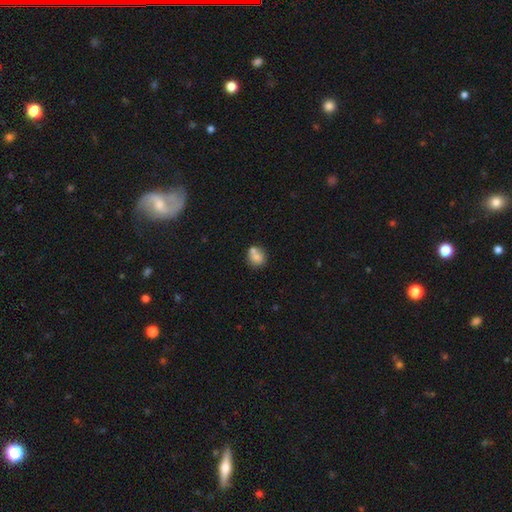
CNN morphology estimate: type=smooth (75%); roundness=round (77%); merging=none (51%).